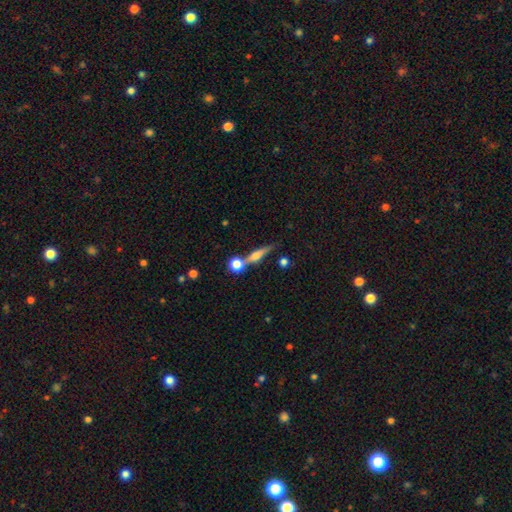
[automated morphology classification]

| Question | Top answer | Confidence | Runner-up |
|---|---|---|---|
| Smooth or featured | featured or disk | 59% | smooth (32%) |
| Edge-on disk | yes | 94% | no (6%) |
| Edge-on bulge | rounded | 88% | boxy (7%) |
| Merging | none | 65% | merger (21%) |